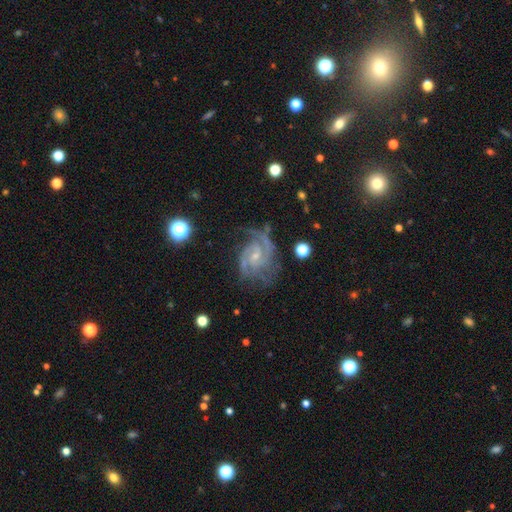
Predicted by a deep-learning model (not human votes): A featured or disk galaxy (90%) with no bar (48%), 2 (50%) tight (49%) spiral arms (98%) and a small central bulge (69%). Merging: none (66%).